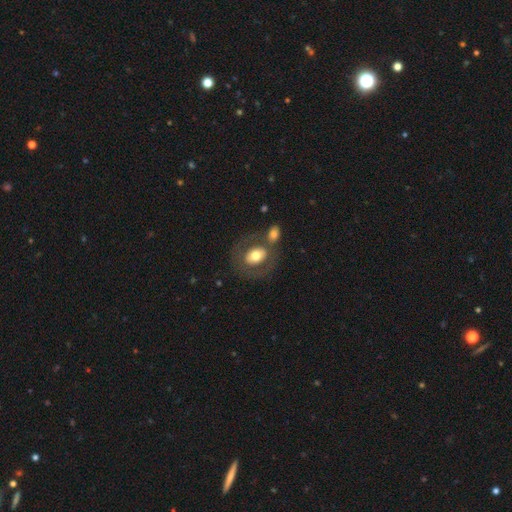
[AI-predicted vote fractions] smooth 58%, featured or disk 35%, star or artifact 7%. Down the decision tree: how rounded — in between (62%); merging — none (59%).